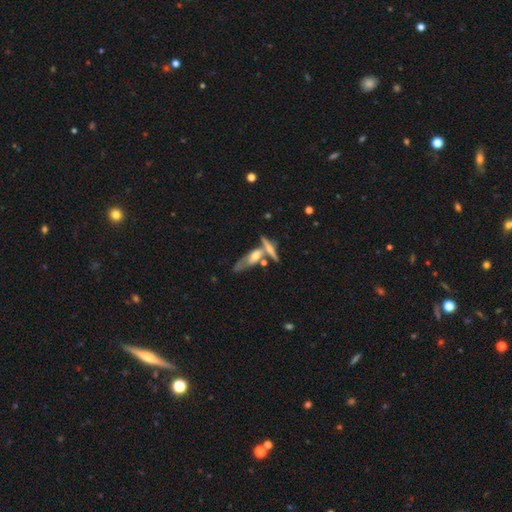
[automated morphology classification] This appears to be a featured or disk galaxy (55%) viewed edge-on (76%). Merging: none (42%).